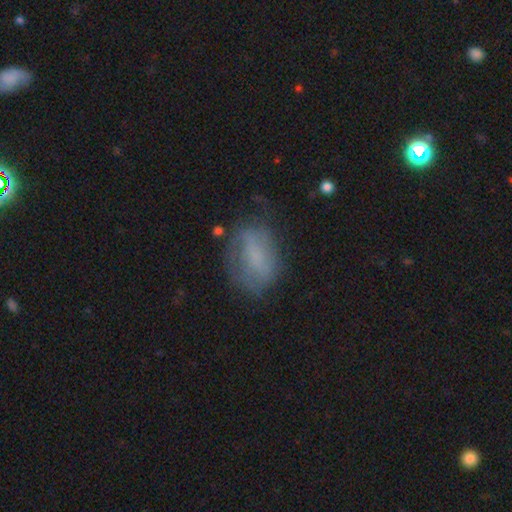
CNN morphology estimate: smooth_or_featured: smooth (p=0.58) [alt: featured or disk p=0.31]
how_rounded: in between (p=0.84) [alt: round p=0.13]
merging: none (p=0.56) [alt: minor disturbance p=0.27]